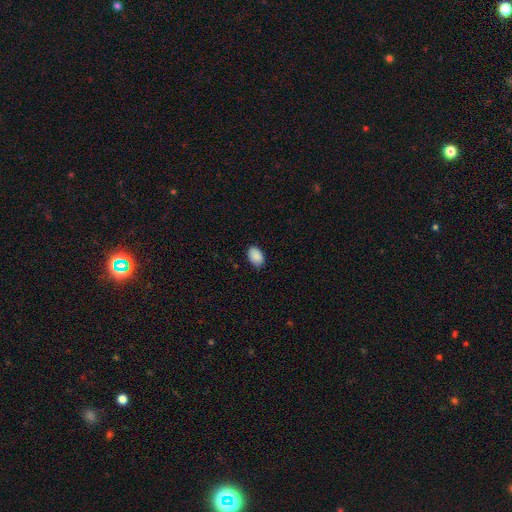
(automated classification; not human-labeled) smooth-or-featured: smooth: 90% | star or artifact: 7% | featured or disk: 3%
  how-rounded: in between: 88% | round: 11% | cigar-shaped: 1%
  merging: none: 84% | minor disturbance: 12% | major disturbance: 2% | merger: 1%